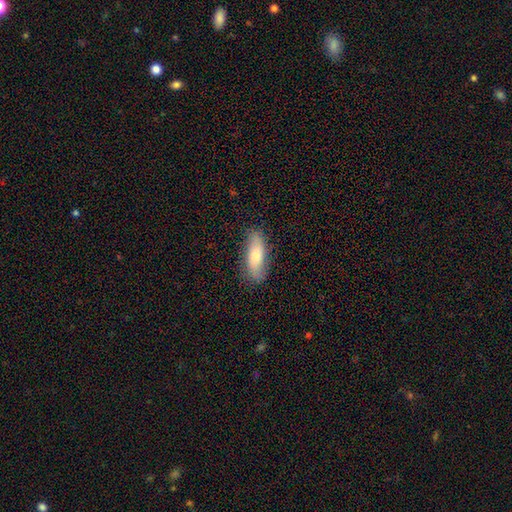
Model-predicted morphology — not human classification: A smooth galaxy with no disk features (62%) that is in between round and cigar-shaped (61%).

Vote fractions:
- Smooth or featured? smooth: 62% / featured or disk: 31% / star or artifact: 7%
- How rounded? in between: 61% / cigar-shaped: 37% / round: 3%
- Merging? none: 82% / minor disturbance: 14% / major disturbance: 3% / merger: 1%